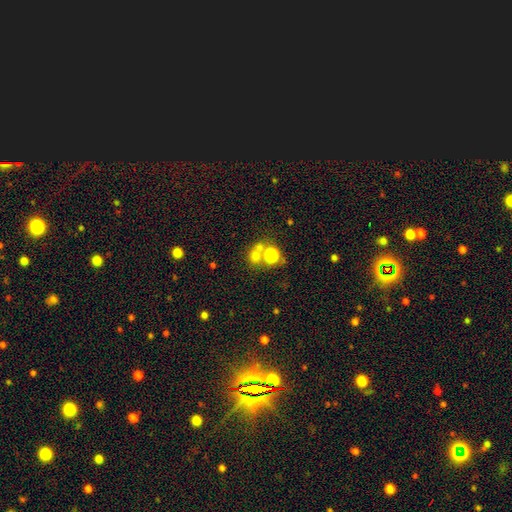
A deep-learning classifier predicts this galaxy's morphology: type=smooth (65%); roundness=round (76%); merging=merger (46%).